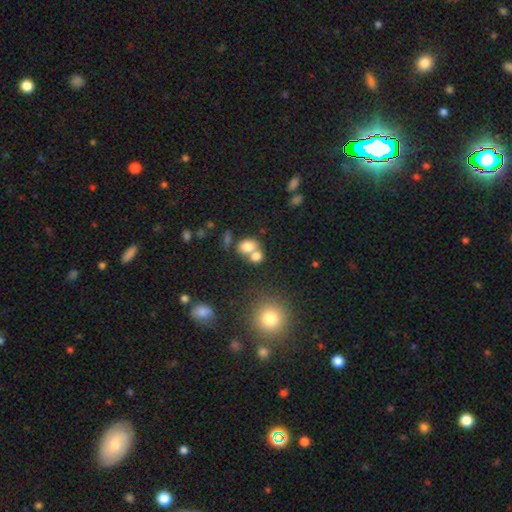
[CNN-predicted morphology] A smooth galaxy with no disk features (77%) that is round (52%).

Vote fractions:
- Smooth or featured? smooth: 77% / featured or disk: 13% / star or artifact: 11%
- How rounded? round: 52% / in between: 47% / cigar-shaped: 1%
- Merging? merger: 53% / none: 35% / minor disturbance: 8% / major disturbance: 4%